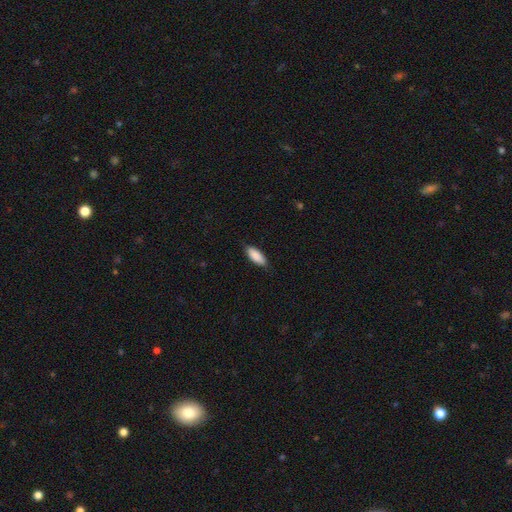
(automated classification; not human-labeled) Smooth or featured? smooth (89%)
How rounded? in between (79%)
Merging? none (83%)